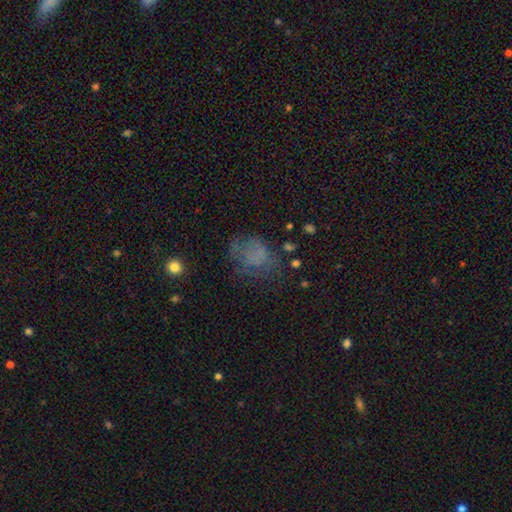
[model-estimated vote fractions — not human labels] smooth_or_featured: smooth (p=0.52) [alt: featured or disk p=0.28]
how_rounded: in between (p=0.53) [alt: round p=0.45]
merging: none (p=0.47) [alt: major disturbance p=0.26]